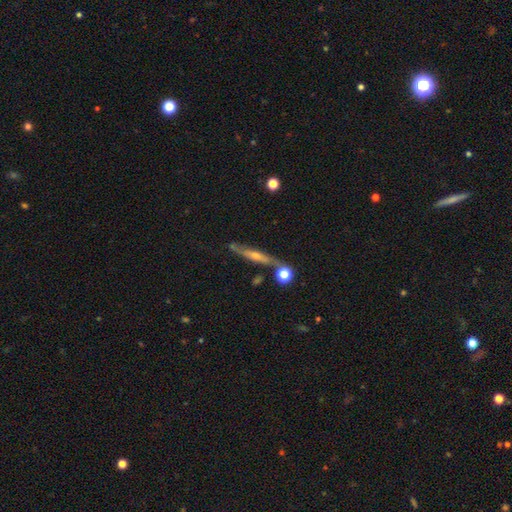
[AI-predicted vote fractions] smooth_or_featured: featured or disk (p=0.67) [alt: smooth p=0.23]
disk_edge_on: yes (p=0.85) [alt: no p=0.15]
edge_on_bulge: rounded (p=0.69) [alt: none p=0.24]
merging: none (p=0.72) [alt: minor disturbance p=0.15]